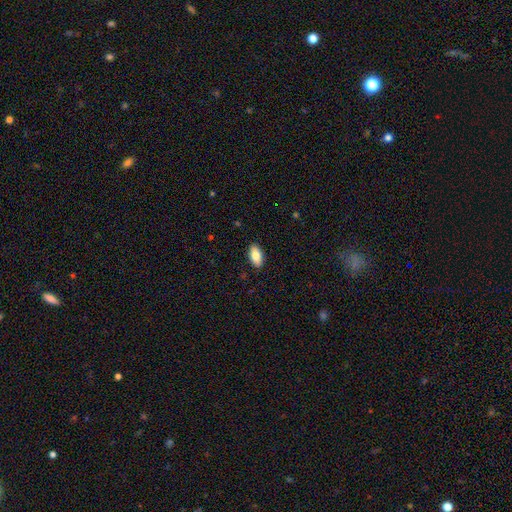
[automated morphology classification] smooth-or-featured: smooth: 82% | featured or disk: 11% | star or artifact: 7%
  how-rounded: in between: 92% | cigar-shaped: 5% | round: 3%
  merging: none: 90% | minor disturbance: 8% | major disturbance: 2% | merger: 1%